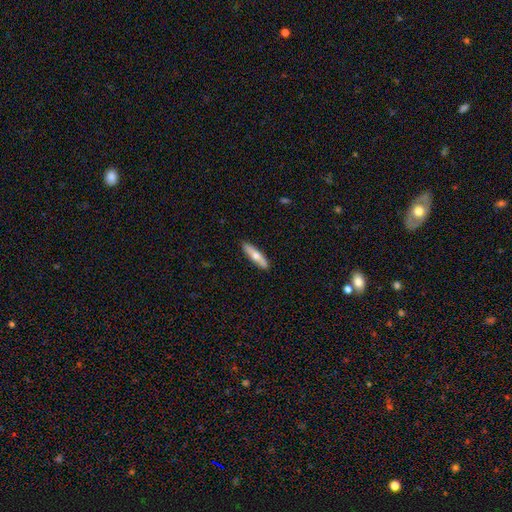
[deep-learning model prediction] Smooth or featured? Predicted: smooth (p=0.53). How rounded? Predicted: cigar-shaped (p=0.77). Merging? Predicted: none (p=0.88).